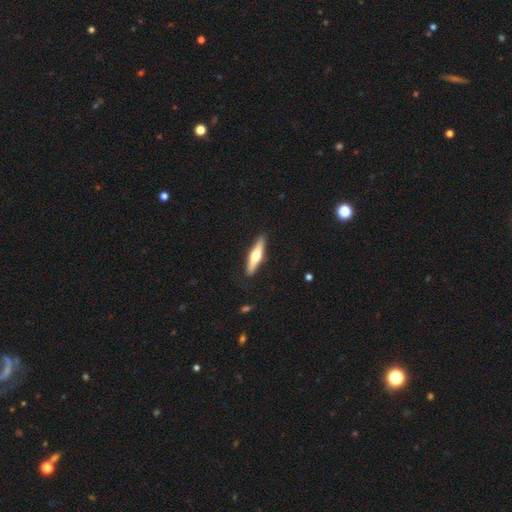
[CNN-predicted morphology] Q: Smooth or featured?
A: featured or disk (57%); runner-up: smooth (39%)
Q: Edge-on disk?
A: yes (95%); runner-up: no (5%)
Q: Edge-on bulge?
A: rounded (94%); runner-up: none (3%)
Q: Merging?
A: none (90%); runner-up: minor disturbance (7%)